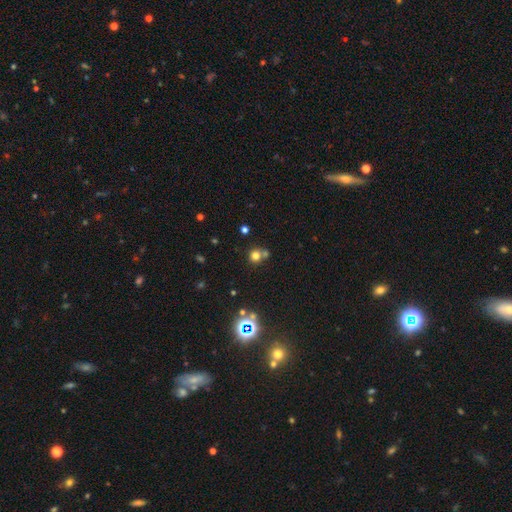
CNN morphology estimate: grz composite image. It shows a smooth galaxy with no disk features (71%) that is round (89%). Merging: none (60%).